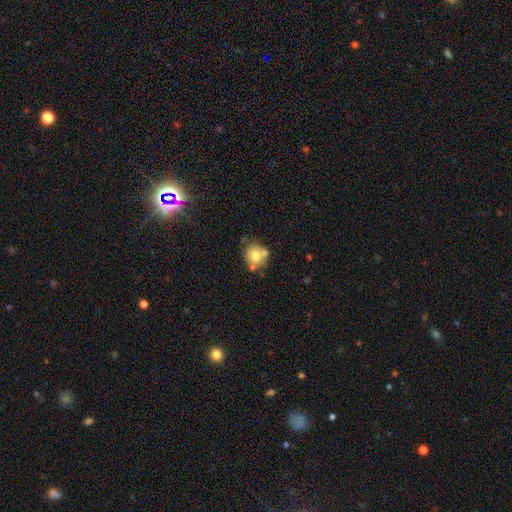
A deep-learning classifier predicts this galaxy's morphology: smooth_or_featured: smooth (p=0.70) [alt: featured or disk p=0.20]
how_rounded: round (p=0.82) [alt: in between p=0.17]
merging: none (p=0.55) [alt: merger p=0.23]